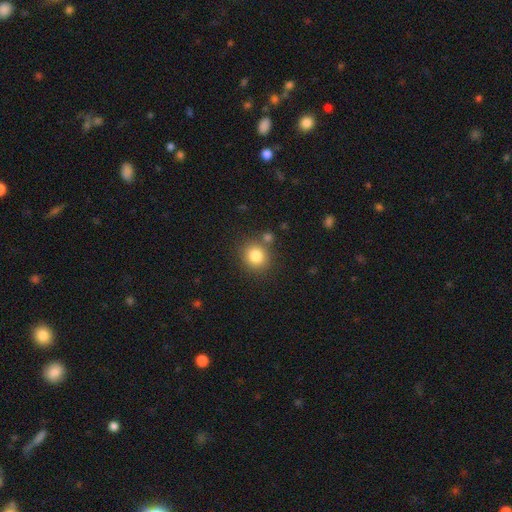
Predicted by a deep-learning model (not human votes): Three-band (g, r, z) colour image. It shows a smooth galaxy with no disk features (83%) that is round (83%). Merging: none (76%).